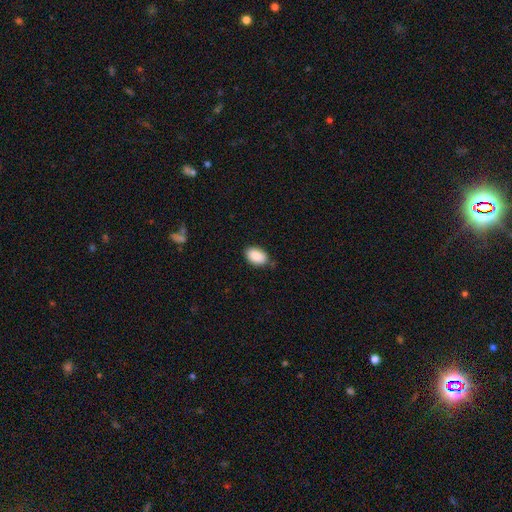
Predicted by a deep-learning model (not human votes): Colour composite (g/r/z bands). It shows a smooth galaxy with no disk features (88%) that is in between round and cigar-shaped (89%). Merging: none (78%).